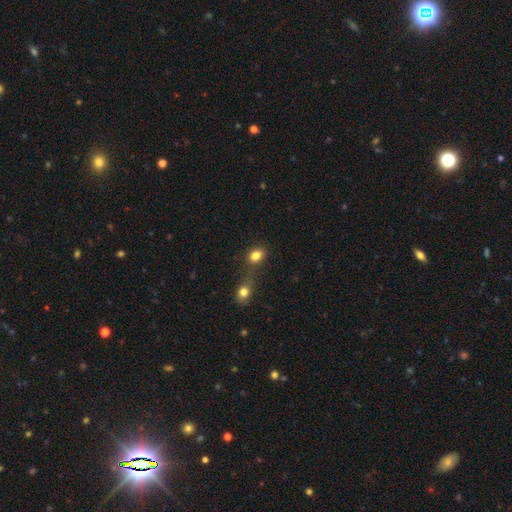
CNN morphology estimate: The model was most divided on "how rounded": in between: 55%, round: 43%, cigar-shaped: 1%. More confident: smooth or featured — smooth (82%); merging — none (52%).